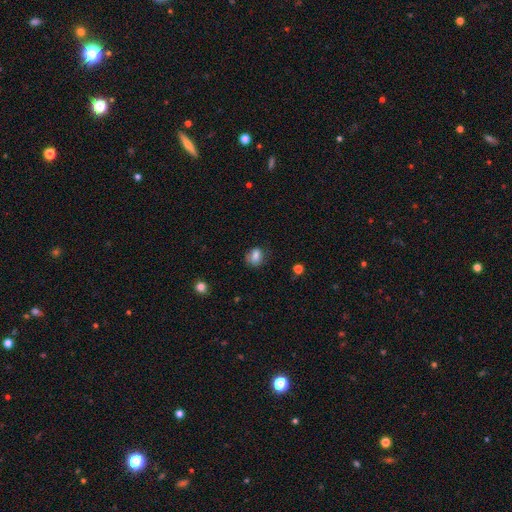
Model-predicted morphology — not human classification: Smooth or featured? smooth (80%)
How rounded? in between (53%)
Merging? none (63%)